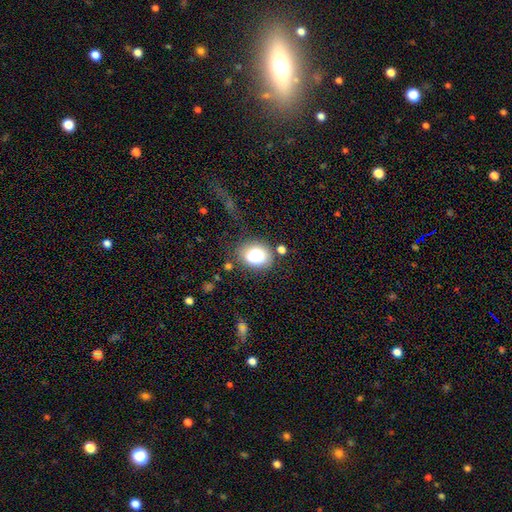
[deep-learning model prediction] The model was most divided on "how rounded": in between: 57%, round: 42%, cigar-shaped: 1%. More confident: smooth or featured — smooth (82%); merging — none (70%).